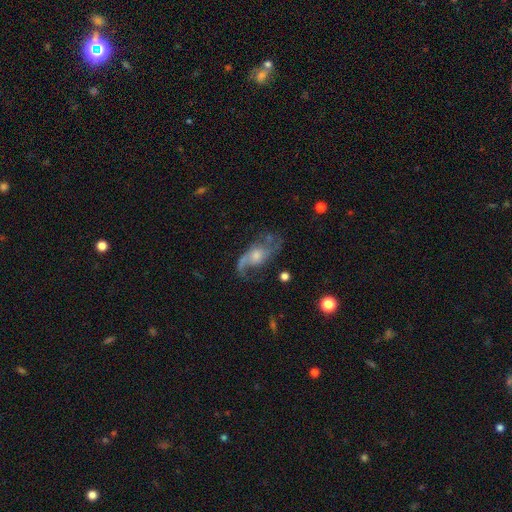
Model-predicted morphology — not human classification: A featured or disk galaxy (81%) with no bar (64%), 2 (80%) loose (64%) spiral arms (93%) and a moderate central bulge (48%).

Vote fractions:
- Smooth or featured? featured or disk: 81% / smooth: 12% / star or artifact: 7%
- Edge-on disk? no: 95% / yes: 5%
- Bar? no: 64% / weak: 30% / strong: 6%
- Spiral arms? yes: 93% / no: 7%
- Spiral winding? loose: 64% / medium: 29% / tight: 7%
- Spiral arm count? 2: 80% / 1: 6% / can't tell: 6% / 3: 4% / 4: 2% / more than 4: 2%
- Bulge size? moderate: 48% / small: 35% / large: 9% / none: 6% / dominant: 2%
- Merging? none: 60% / minor disturbance: 19% / major disturbance: 18% / merger: 3%